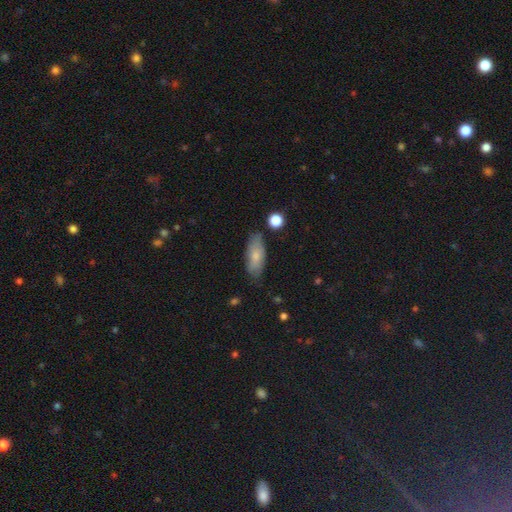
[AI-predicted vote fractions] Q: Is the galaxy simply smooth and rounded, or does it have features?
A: smooth — 74%.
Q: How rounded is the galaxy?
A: in between — 81%.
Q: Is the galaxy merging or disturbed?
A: none — 74%.